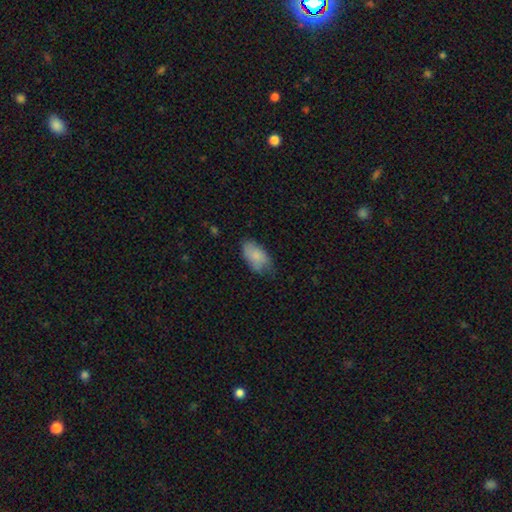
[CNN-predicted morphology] Smooth or featured? Predicted: smooth (p=0.82). How rounded? Predicted: in between (p=0.94). Merging? Predicted: none (p=0.59).